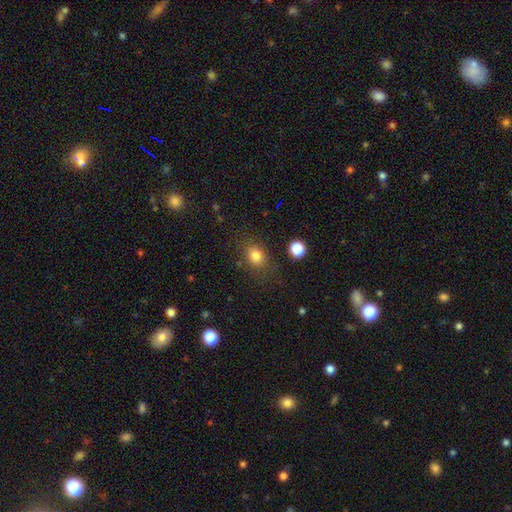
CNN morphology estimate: smooth-or-featured: smooth: 81% | star or artifact: 12% | featured or disk: 7%
  how-rounded: round: 51% | in between: 48% | cigar-shaped: 1%
  merging: none: 77% | minor disturbance: 14% | major disturbance: 6% | merger: 3%